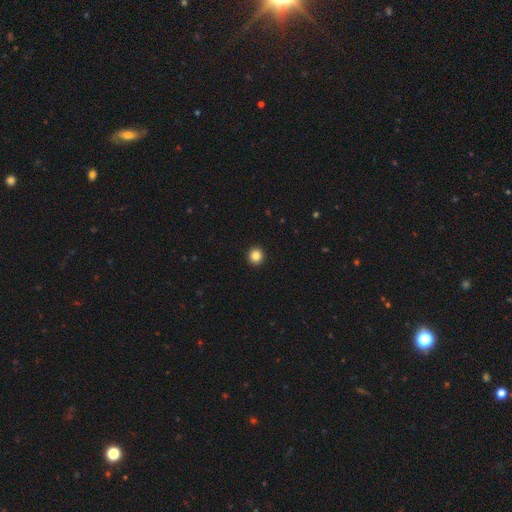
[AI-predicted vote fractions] smooth_or_featured: smooth (p=0.85) [alt: star or artifact p=0.10]
how_rounded: round (p=0.93) [alt: in between p=0.06]
merging: none (p=0.94) [alt: minor disturbance p=0.04]